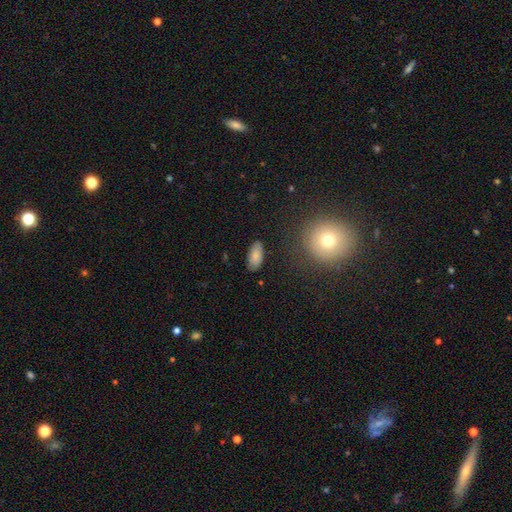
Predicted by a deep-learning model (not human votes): Morphology: type=smooth (82%); roundness=in between (92%); merging=none (84%).